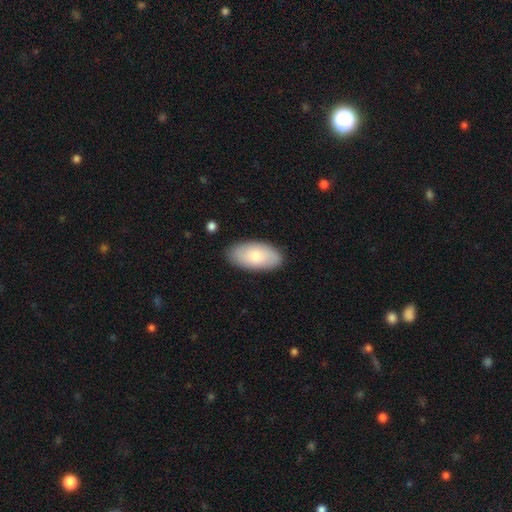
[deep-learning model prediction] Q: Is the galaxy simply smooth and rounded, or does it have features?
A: smooth — 73%.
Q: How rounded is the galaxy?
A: in between — 94%.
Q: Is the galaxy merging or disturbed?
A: none — 86%.